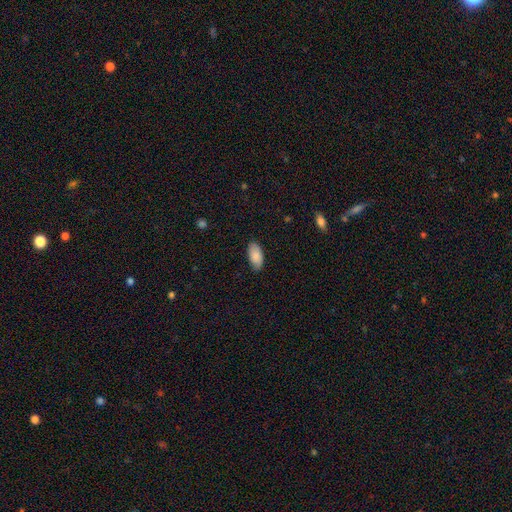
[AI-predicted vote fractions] smooth-or-featured: smooth: 88% | featured or disk: 6% | star or artifact: 6%
  how-rounded: in between: 94% | cigar-shaped: 4% | round: 2%
  merging: none: 85% | minor disturbance: 12% | major disturbance: 2% | merger: 1%